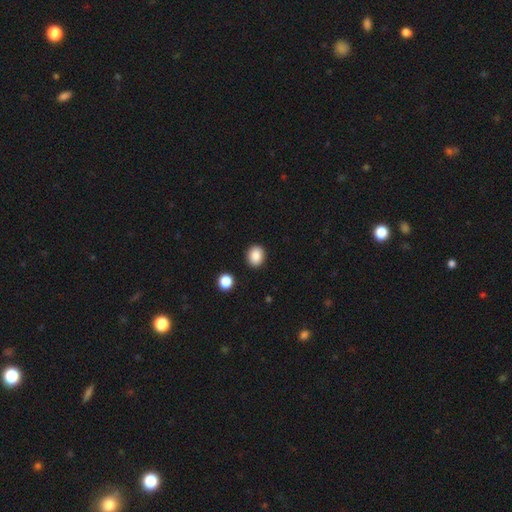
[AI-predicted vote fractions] Smooth or featured? Predicted: smooth (p=0.88). How rounded? Predicted: round (p=0.57). Merging? Predicted: none (p=0.89).